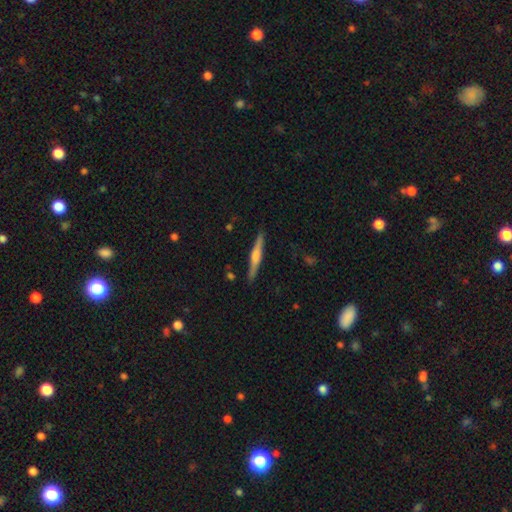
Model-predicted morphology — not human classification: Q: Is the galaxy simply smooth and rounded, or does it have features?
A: featured or disk — 67%.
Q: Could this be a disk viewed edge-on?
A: yes — 98%.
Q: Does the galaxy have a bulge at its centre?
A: rounded — 66%.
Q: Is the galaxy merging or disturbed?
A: none — 90%.